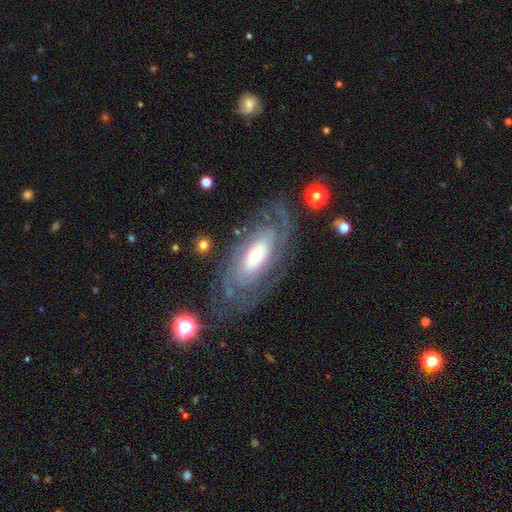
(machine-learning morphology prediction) A featured or disk galaxy (81%) with no bar (71%), tight (68%) spiral arms (88%) and a small central bulge (46%). Merging: none (70%).